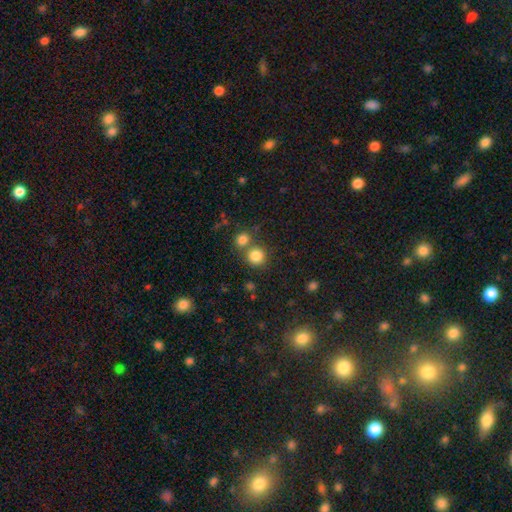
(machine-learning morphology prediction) The model was most divided on "merging": none: 64%, merger: 25%, minor disturbance: 8%, major disturbance: 3%. More confident: how rounded — round (90%); smooth or featured — smooth (83%).